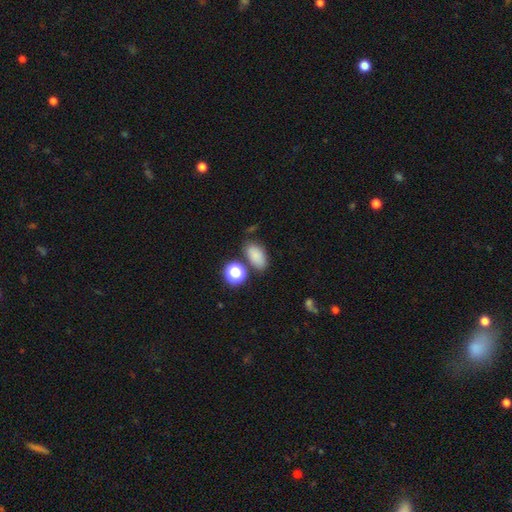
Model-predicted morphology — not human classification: smooth-or-featured: smooth: 82% | star or artifact: 12% | featured or disk: 6%
  how-rounded: in between: 87% | round: 10% | cigar-shaped: 2%
  merging: none: 73% | minor disturbance: 14% | merger: 9% | major disturbance: 4%